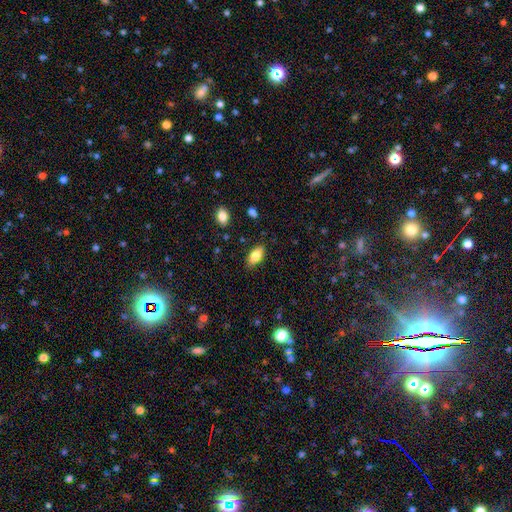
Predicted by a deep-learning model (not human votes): Morphology: type=smooth (81%); roundness=in between (90%); merging=none (85%).